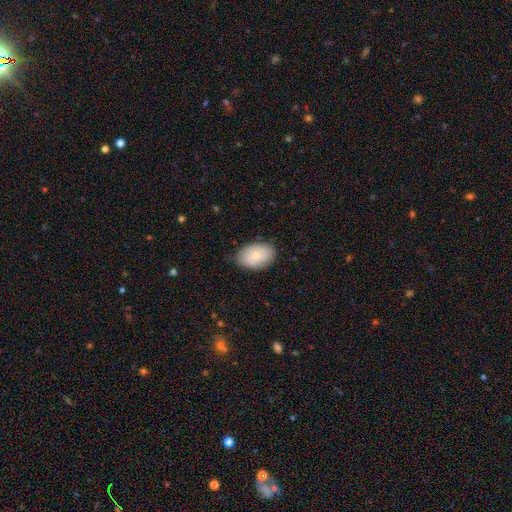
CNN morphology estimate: Smooth or featured? smooth (73%)
How rounded? in between (87%)
Merging? none (79%)